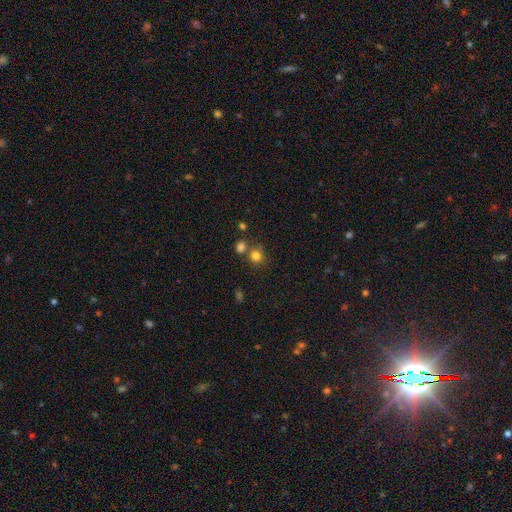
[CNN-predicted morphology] A smooth galaxy with no disk features (79%) that is round (85%). Merging: none (66%).